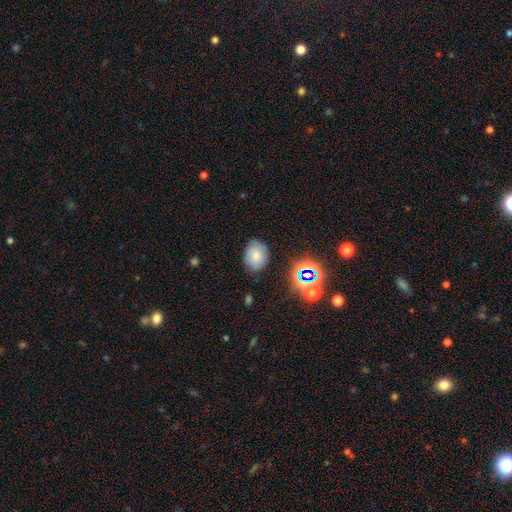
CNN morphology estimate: This appears to be a smooth galaxy with no disk features (64%) that is in between round and cigar-shaped (64%). Merging: none (71%).